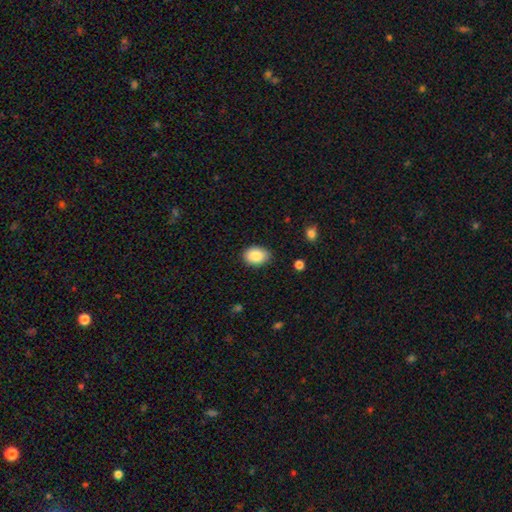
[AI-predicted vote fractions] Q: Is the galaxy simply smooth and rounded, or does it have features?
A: smooth — 88%.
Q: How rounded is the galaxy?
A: in between — 75%.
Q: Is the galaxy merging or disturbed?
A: none — 83%.